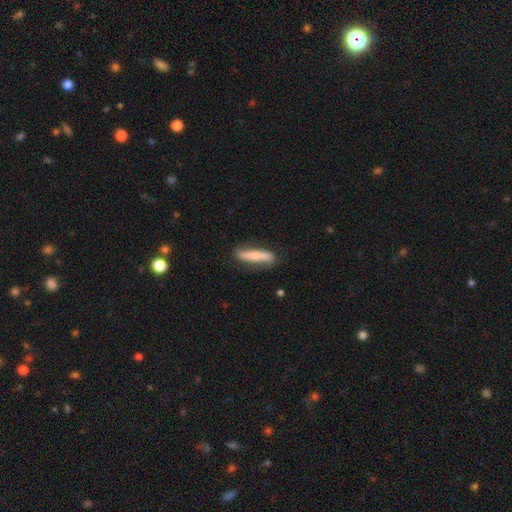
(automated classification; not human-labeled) A smooth galaxy with no disk features (51%) that is cigar-shaped (80%).

Vote fractions:
- Smooth or featured? smooth: 51% / featured or disk: 43% / star or artifact: 6%
- How rounded? cigar-shaped: 80% / in between: 18% / round: 2%
- Merging? none: 78% / minor disturbance: 16% / major disturbance: 4% / merger: 2%